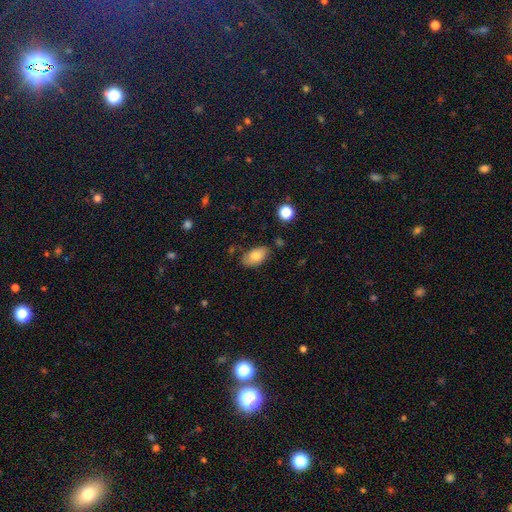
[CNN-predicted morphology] Q: Smooth or featured?
A: smooth (80%); runner-up: featured or disk (13%)
Q: How rounded?
A: in between (93%); runner-up: round (5%)
Q: Merging?
A: none (76%); runner-up: minor disturbance (17%)